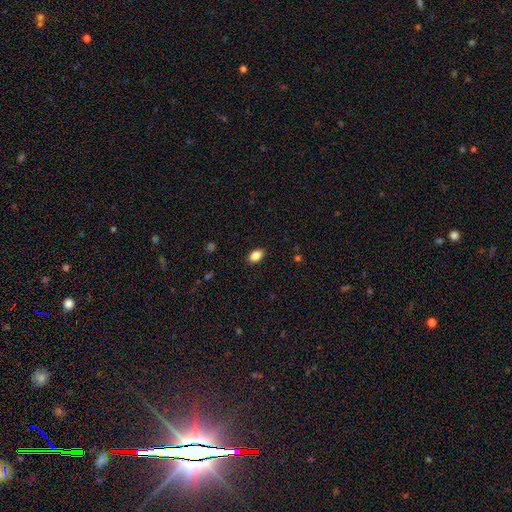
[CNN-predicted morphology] A smooth galaxy with no disk features (86%) that is in between round and cigar-shaped (88%). Merging: none (88%).